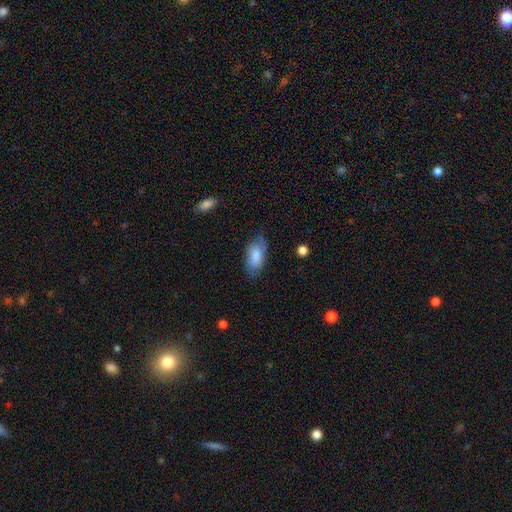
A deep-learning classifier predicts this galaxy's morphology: Q: Smooth or featured?
A: smooth (77%); runner-up: featured or disk (17%)
Q: How rounded?
A: in between (92%); runner-up: cigar-shaped (5%)
Q: Merging?
A: none (68%); runner-up: minor disturbance (24%)